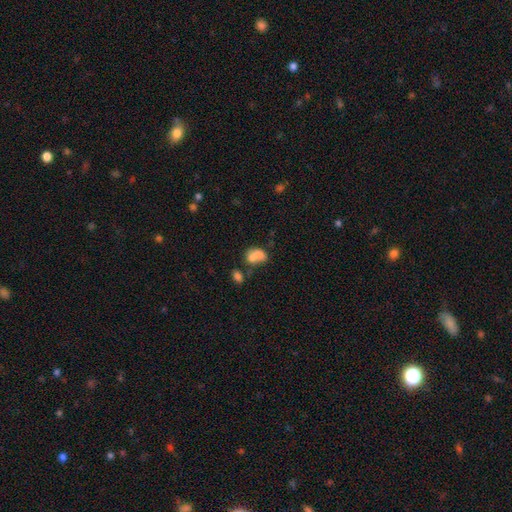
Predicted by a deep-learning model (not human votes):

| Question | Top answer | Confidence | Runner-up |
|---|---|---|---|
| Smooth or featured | smooth | 73% | featured or disk (16%) |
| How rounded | in between | 68% | round (30%) |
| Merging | merger | 60% | none (22%) |